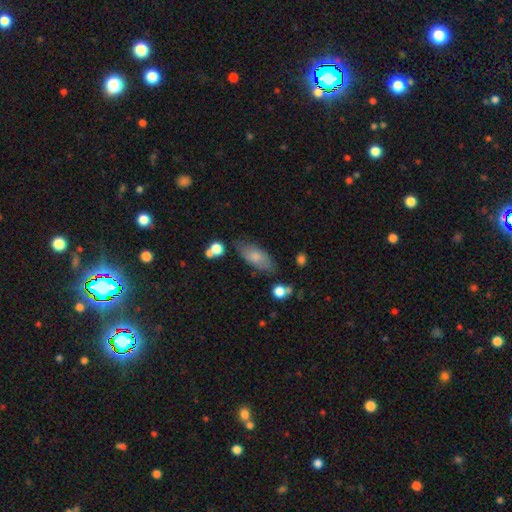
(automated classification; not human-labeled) Morphology: type=smooth (71%); roundness=in between (80%); merging=none (73%).